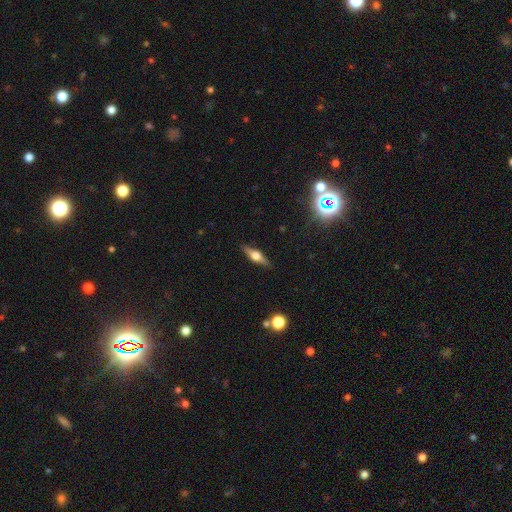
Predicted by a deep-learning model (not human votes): smooth-or-featured: featured or disk: 63% | smooth: 29% | star or artifact: 7%
  disk-edge-on: yes: 95% | no: 5%
    edge-on-bulge: rounded: 92% | boxy: 7% | none: 2%
  merging: none: 88% | minor disturbance: 9% | major disturbance: 2% | merger: 1%